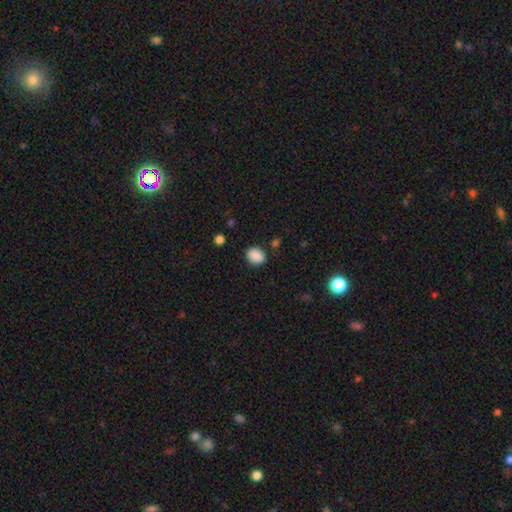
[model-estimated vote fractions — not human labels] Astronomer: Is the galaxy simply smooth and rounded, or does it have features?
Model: smooth — 88%.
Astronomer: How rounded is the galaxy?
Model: in between — 56% (runner-up: round, 43%).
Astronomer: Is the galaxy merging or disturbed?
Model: none — 82%.